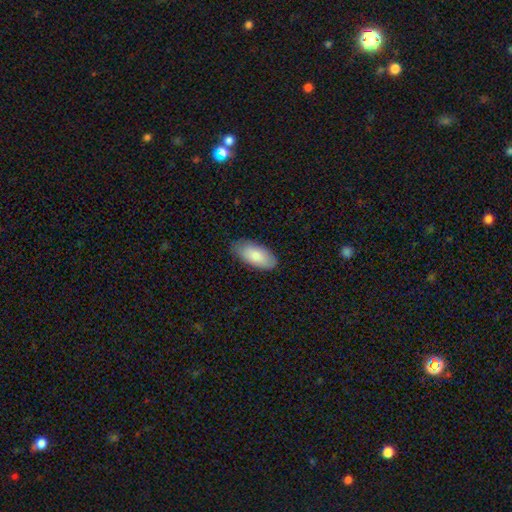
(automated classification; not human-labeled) Q: Smooth or featured?
A: smooth (82%); runner-up: featured or disk (13%)
Q: How rounded?
A: in between (93%); runner-up: cigar-shaped (5%)
Q: Merging?
A: none (82%); runner-up: minor disturbance (14%)